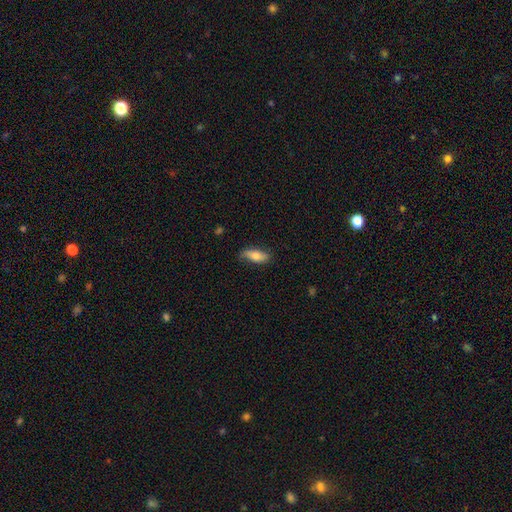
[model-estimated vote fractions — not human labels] This appears to be a smooth galaxy with no disk features (67%) that is in between round and cigar-shaped (75%). Merging: none (74%).